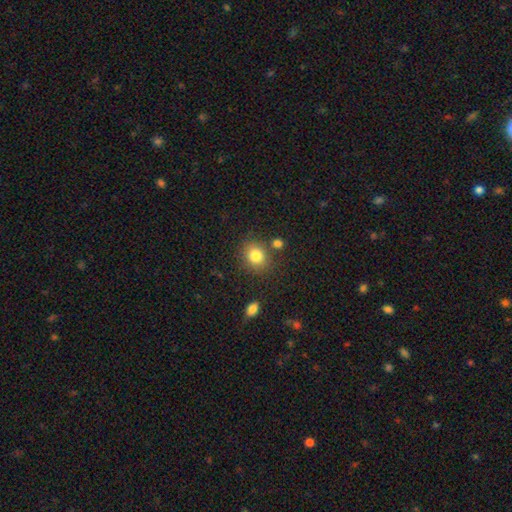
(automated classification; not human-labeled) Smooth or featured? smooth (83%)
How rounded? round (70%)
Merging? none (77%)